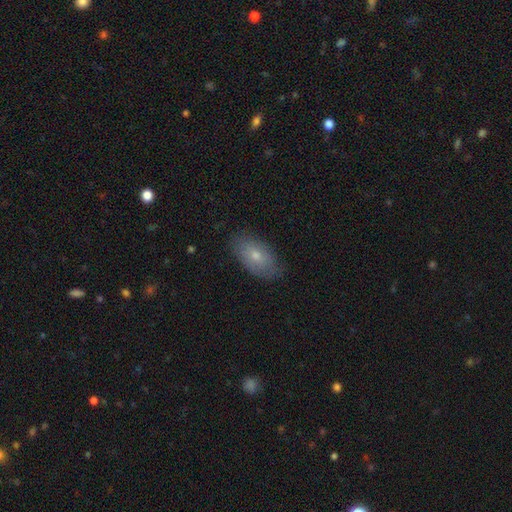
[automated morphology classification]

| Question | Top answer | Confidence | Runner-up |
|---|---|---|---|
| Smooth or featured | smooth | 68% | featured or disk (24%) |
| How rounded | in between | 92% | round (5%) |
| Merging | none | 78% | minor disturbance (17%) |